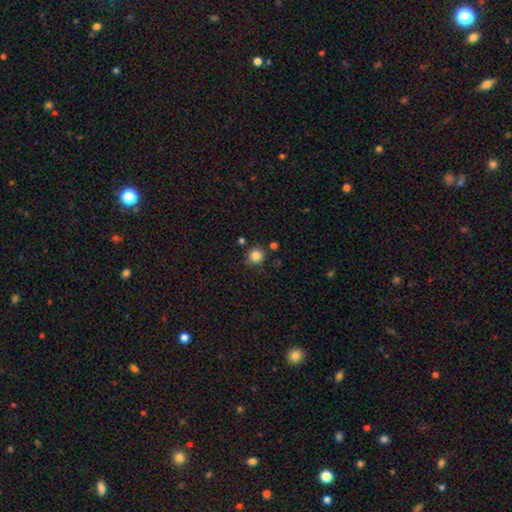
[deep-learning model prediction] The model was most divided on "merging": none: 83%, minor disturbance: 10%, merger: 5%, major disturbance: 3%. More confident: how rounded — round (93%); smooth or featured — smooth (84%).